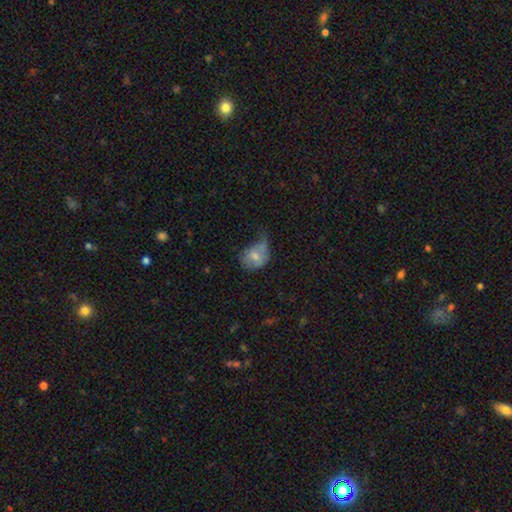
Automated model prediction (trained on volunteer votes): A smooth galaxy with no disk features (64%) that is in between round and cigar-shaped (60%).

Vote fractions:
- Smooth or featured? smooth: 64% / featured or disk: 28% / star or artifact: 9%
- How rounded? in between: 60% / round: 39% / cigar-shaped: 1%
- Merging? minor disturbance: 38% / major disturbance: 35% / none: 23% / merger: 4%